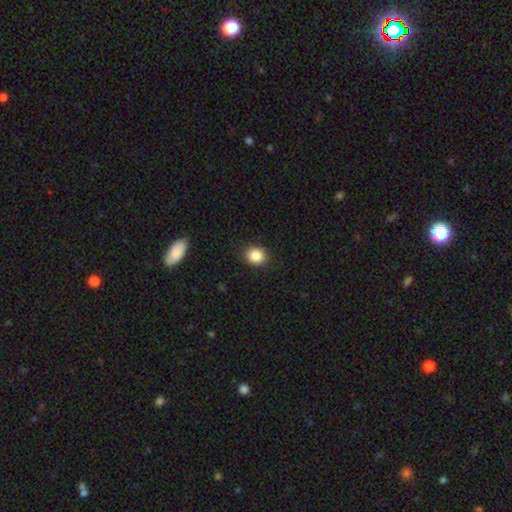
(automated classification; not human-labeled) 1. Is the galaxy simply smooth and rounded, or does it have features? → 86% smooth, 10% star or artifact, 4% featured or disk.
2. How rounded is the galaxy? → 70% round, 29% in between, 1% cigar-shaped.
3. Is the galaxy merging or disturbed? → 90% none, 7% minor disturbance, 2% major disturbance, 1% merger.